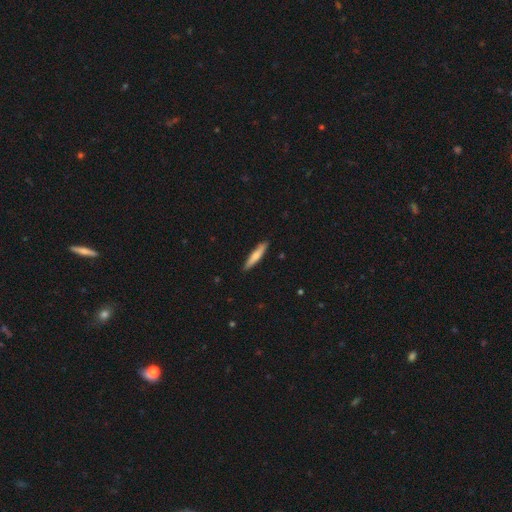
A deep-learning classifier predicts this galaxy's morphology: Smooth or featured? smooth (64%)
How rounded? cigar-shaped (90%)
Merging? none (90%)